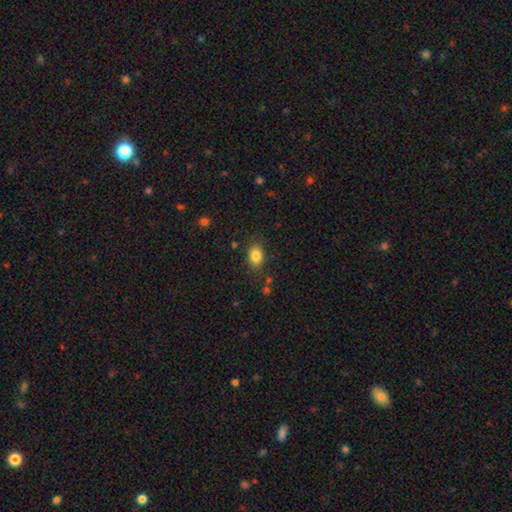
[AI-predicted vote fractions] smooth_or_featured: smooth (p=0.85) [alt: star or artifact p=0.09]
how_rounded: in between (p=0.76) [alt: round p=0.23]
merging: none (p=0.82) [alt: minor disturbance p=0.12]